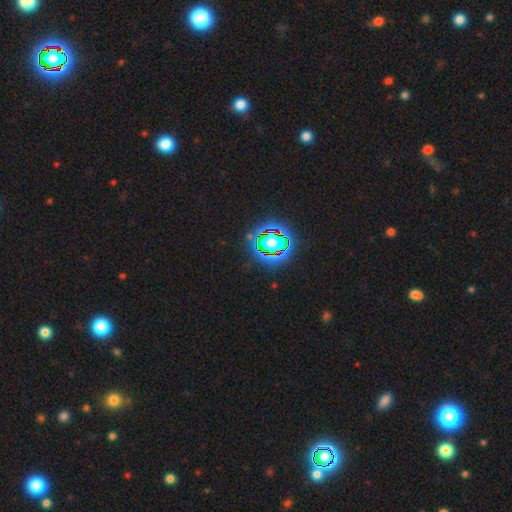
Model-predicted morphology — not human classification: type=star or artifact (82%).